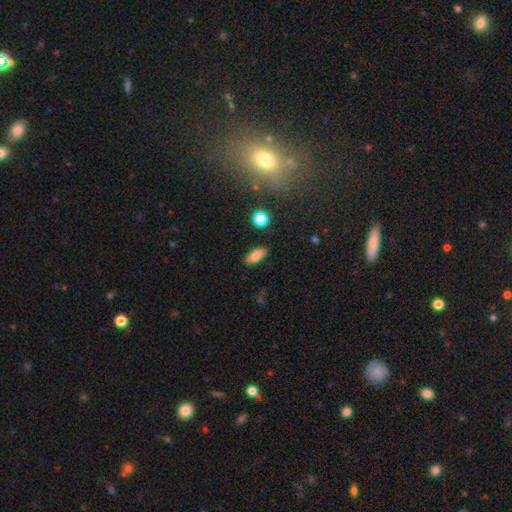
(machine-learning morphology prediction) Q: Smooth or featured?
A: smooth (83%); runner-up: star or artifact (9%)
Q: How rounded?
A: in between (89%); runner-up: cigar-shaped (7%)
Q: Merging?
A: none (85%); runner-up: minor disturbance (11%)